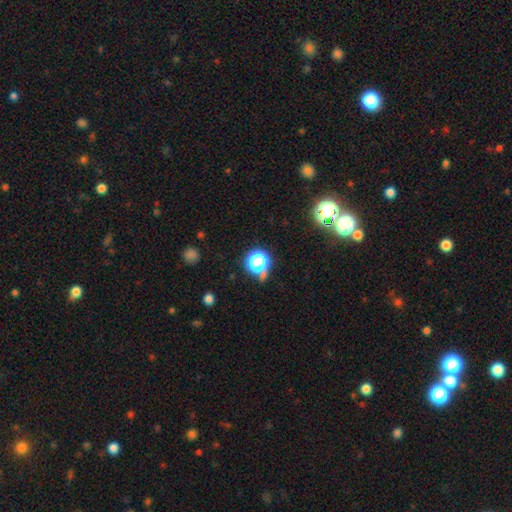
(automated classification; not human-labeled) smooth-or-featured: smooth: 48% | star or artifact: 43% | featured or disk: 9%
  merging: none: 72% | minor disturbance: 13% | major disturbance: 8% | merger: 7%